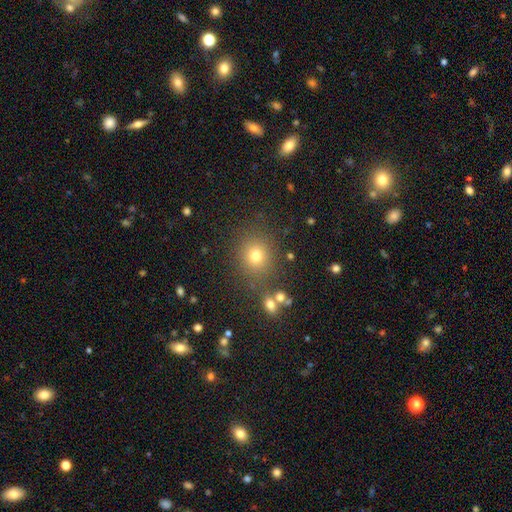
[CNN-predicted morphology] Q: Smooth or featured?
A: smooth (71%); runner-up: star or artifact (21%)
Q: How rounded?
A: round (83%); runner-up: in between (15%)
Q: Merging?
A: none (82%); runner-up: minor disturbance (9%)